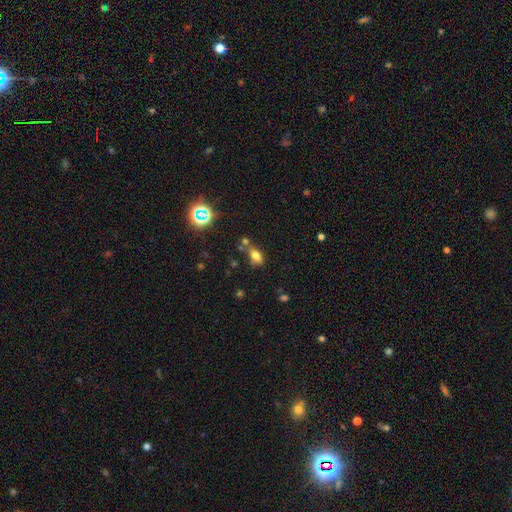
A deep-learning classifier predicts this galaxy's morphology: Smooth or featured: smooth — 73% (star or artifact — 17%)
How rounded: in between — 83% (round — 12%)
Merging: none — 60% (merger — 18%)